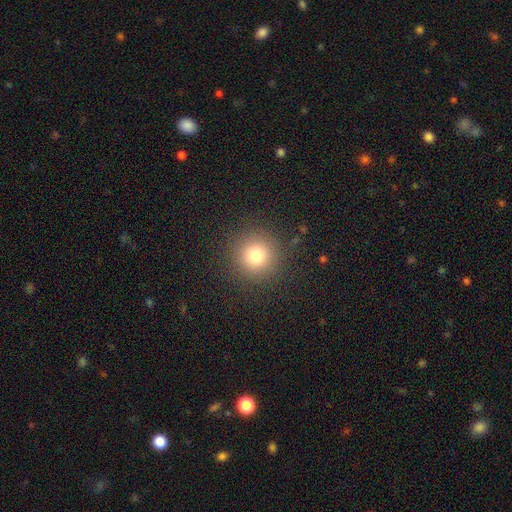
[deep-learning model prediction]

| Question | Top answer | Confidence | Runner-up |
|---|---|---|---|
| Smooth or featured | smooth | 78% | star or artifact (14%) |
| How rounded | round | 95% | in between (4%) |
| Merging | none | 89% | minor disturbance (6%) |